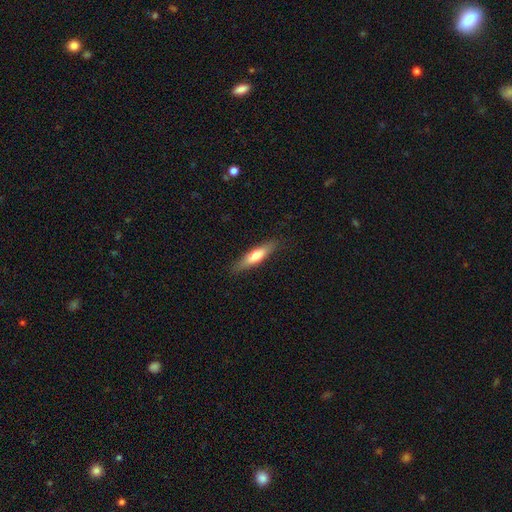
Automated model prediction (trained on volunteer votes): smooth-or-featured: smooth: 64% | featured or disk: 30% | star or artifact: 6%
  how-rounded: cigar-shaped: 72% | in between: 26% | round: 2%
  merging: none: 84% | minor disturbance: 12% | major disturbance: 3% | merger: 1%